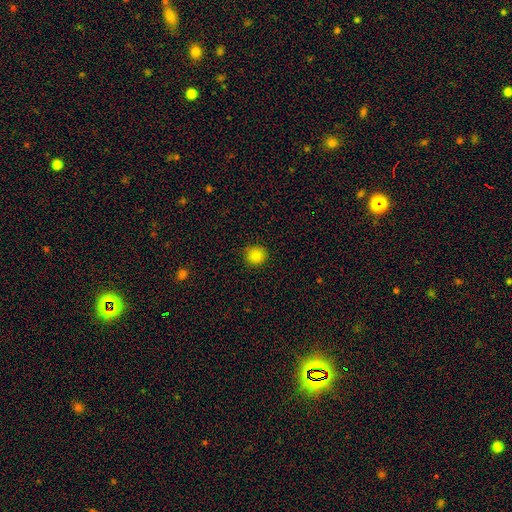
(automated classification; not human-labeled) Smooth or featured?
  - smooth: 85% *
  - star or artifact: 11%
  - featured or disk: 3%
How rounded?
  - round: 90% *
  - in between: 9%
  - cigar-shaped: 1%
Merging?
  - none: 89% *
  - minor disturbance: 8%
  - major disturbance: 2%
  - merger: 1%